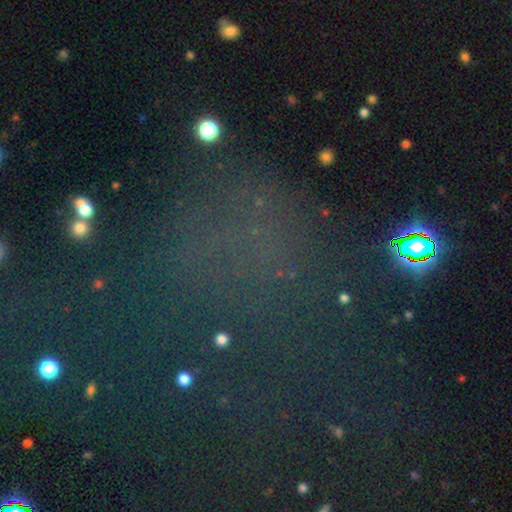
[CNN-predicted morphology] A star or artifact, not a galaxy (57%).